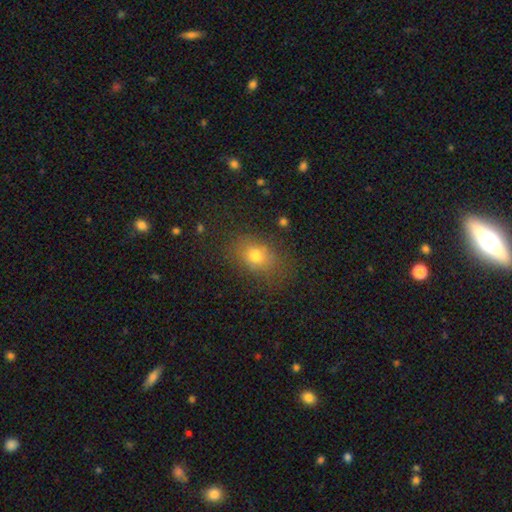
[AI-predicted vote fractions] Smooth or featured? smooth (75%)
How rounded? in between (67%)
Merging? none (74%)